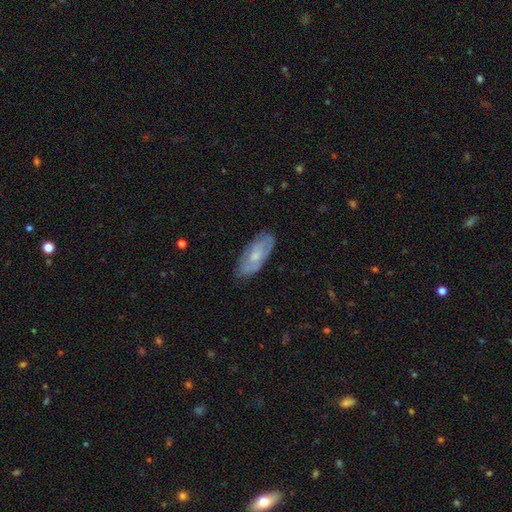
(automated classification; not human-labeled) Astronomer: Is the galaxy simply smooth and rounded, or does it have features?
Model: smooth — 47%, tied with featured or disk at 47%.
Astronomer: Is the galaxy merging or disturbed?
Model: none — 77%.